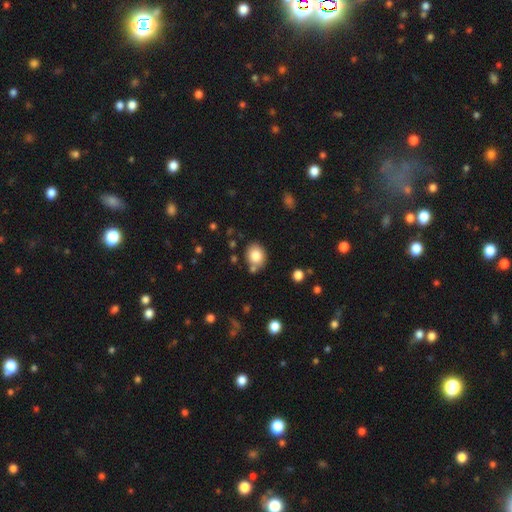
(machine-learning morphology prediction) smooth 82%, star or artifact 9%, featured or disk 9%. Down the decision tree: how rounded — round (59%); merging — none (73%).